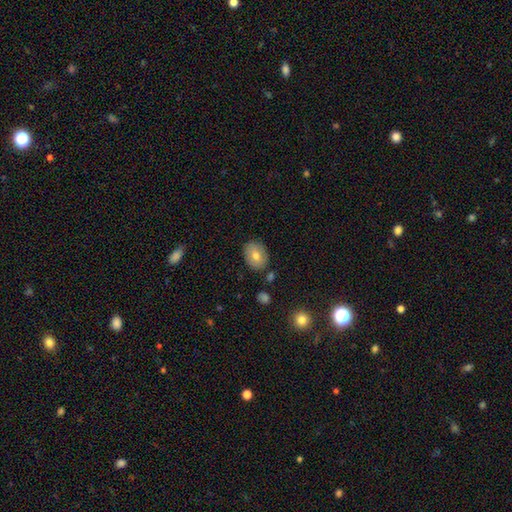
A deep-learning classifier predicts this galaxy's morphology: This appears to be a smooth galaxy with no disk features (72%) that is in between round and cigar-shaped (66%). Merging: none (83%).